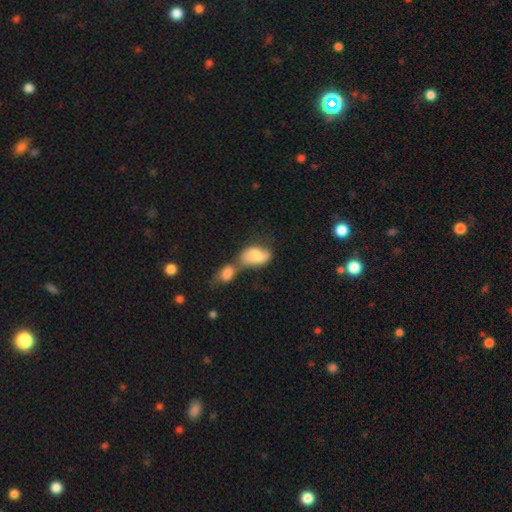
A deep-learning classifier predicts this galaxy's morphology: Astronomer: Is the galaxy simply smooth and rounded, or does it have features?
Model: smooth — 67%.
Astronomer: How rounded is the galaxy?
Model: in between — 90%.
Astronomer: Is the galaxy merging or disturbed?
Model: merger — 65%.